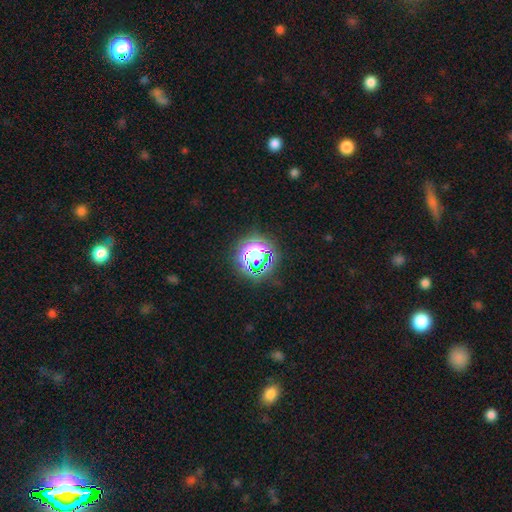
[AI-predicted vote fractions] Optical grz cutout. It shows a star or artifact, not a galaxy (61%).